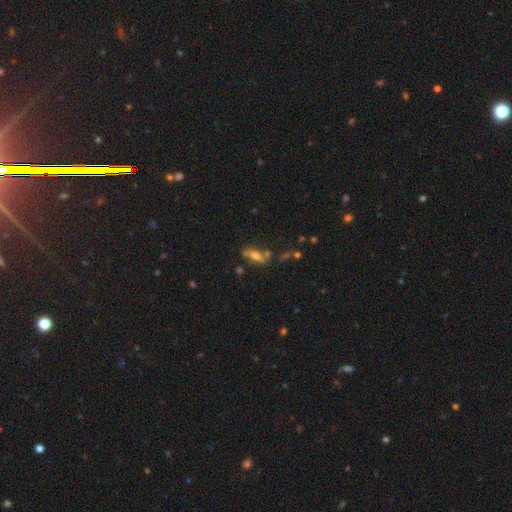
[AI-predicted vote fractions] smooth_or_featured: smooth (p=0.44) [tied with: featured or disk p=0.44]
merging: none (p=0.59) [alt: minor disturbance p=0.19]